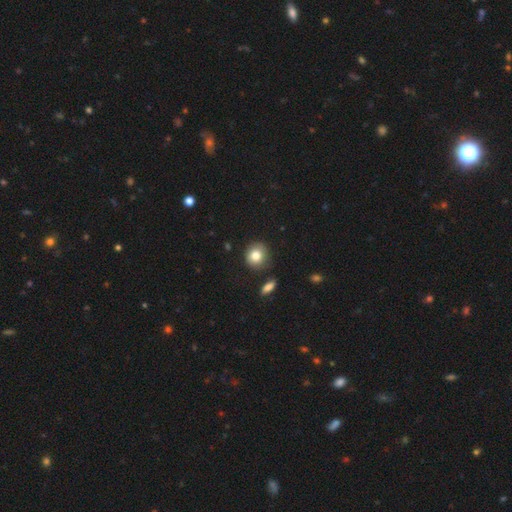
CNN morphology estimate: The model was most divided on "how rounded": round: 84%, in between: 15%, cigar-shaped: 1%. More confident: merging — none (82%); smooth or featured — smooth (82%).